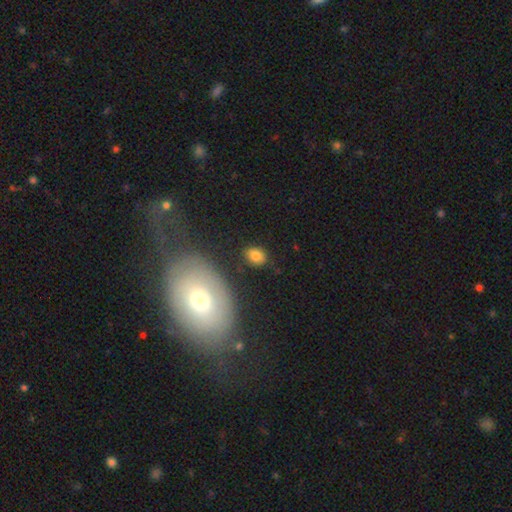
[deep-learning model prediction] This appears to be a smooth galaxy with no disk features (79%) that is in between round and cigar-shaped (56%). Merging: none (81%).